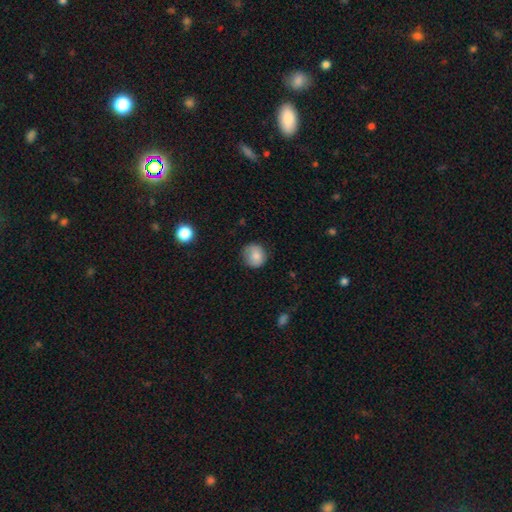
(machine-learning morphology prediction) Smooth or featured? smooth (81%)
How rounded? round (84%)
Merging? none (76%)